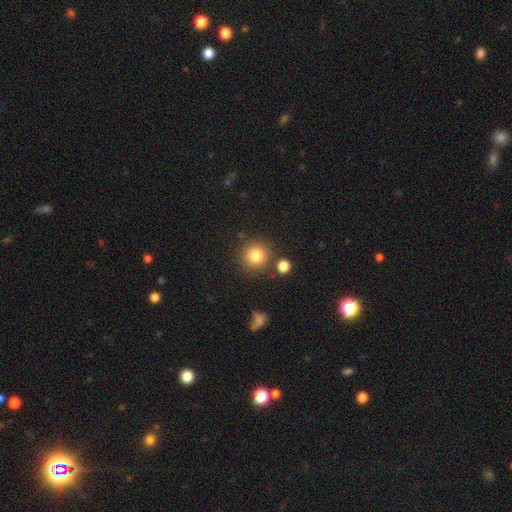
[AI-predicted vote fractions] Smooth or featured: smooth — 81% (star or artifact — 12%)
How rounded: round — 92% (in between — 7%)
Merging: none — 83% (minor disturbance — 8%)